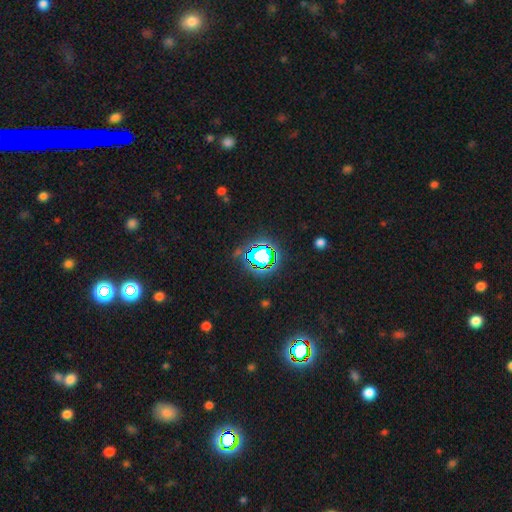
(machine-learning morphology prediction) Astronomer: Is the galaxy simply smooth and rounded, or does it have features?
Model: star or artifact — 71%.